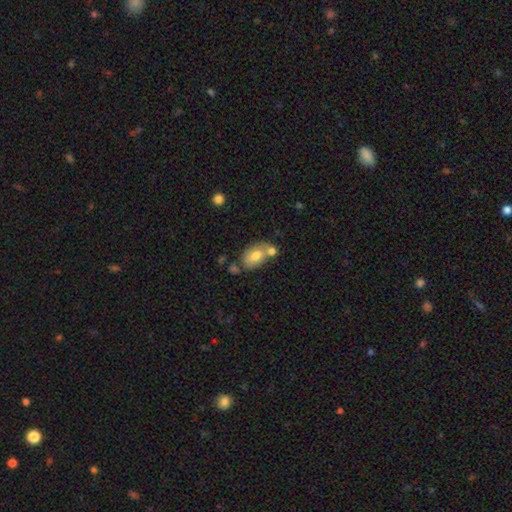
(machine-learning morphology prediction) smooth_or_featured: smooth (p=0.67) [alt: featured or disk p=0.25]
how_rounded: in between (p=0.86) [alt: round p=0.13]
merging: none (p=0.41) [alt: merger p=0.39]